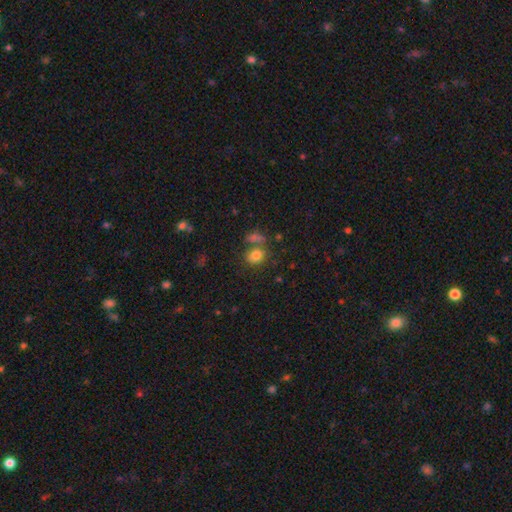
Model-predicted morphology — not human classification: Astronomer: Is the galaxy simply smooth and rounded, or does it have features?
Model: smooth — 80%.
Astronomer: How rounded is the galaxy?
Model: round — 56% (runner-up: in between, 43%).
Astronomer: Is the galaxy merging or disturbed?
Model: none — 59%.